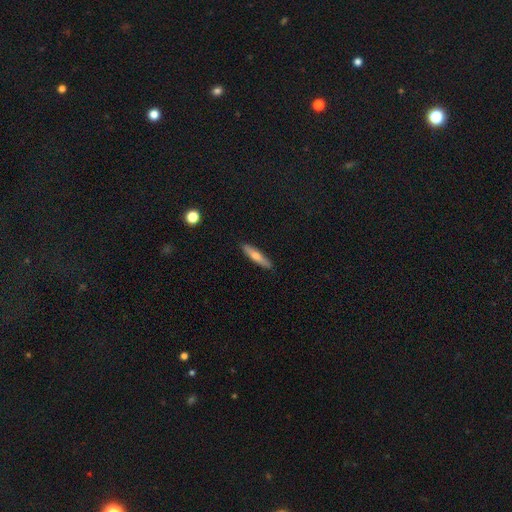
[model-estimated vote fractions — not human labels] Morphology: type=smooth (54%); roundness=cigar-shaped (84%); merging=none (90%).